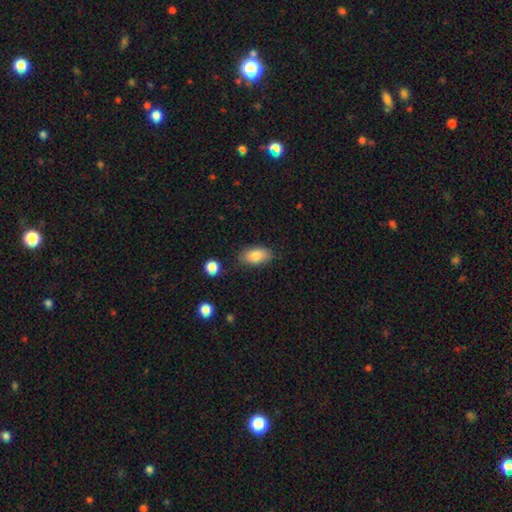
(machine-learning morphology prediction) Smooth or featured: smooth — 85% (featured or disk — 8%)
How rounded: in between — 91% (round — 5%)
Merging: none — 81% (minor disturbance — 13%)